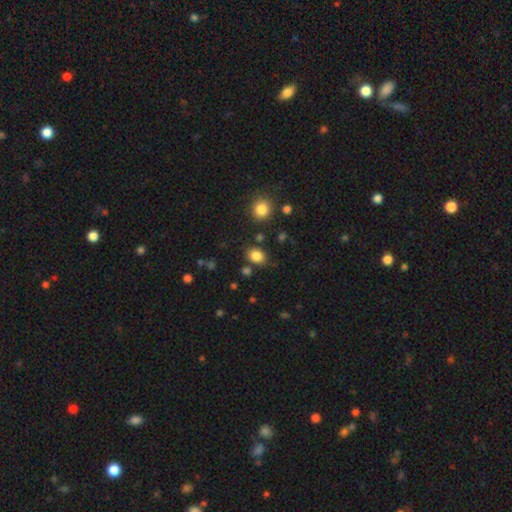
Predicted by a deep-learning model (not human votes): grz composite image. It shows a smooth galaxy with no disk features (84%) that is in between round and cigar-shaped (59%). Merging: none (80%).